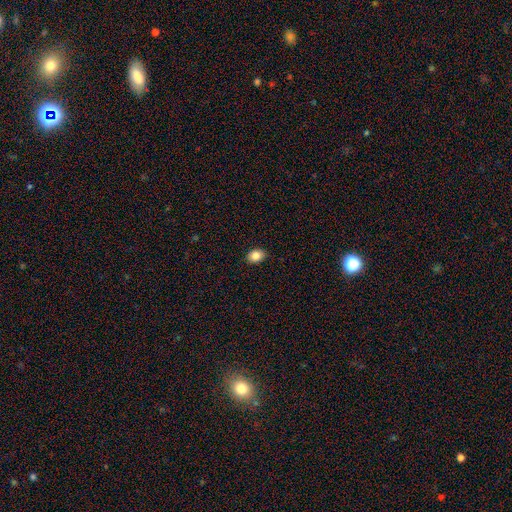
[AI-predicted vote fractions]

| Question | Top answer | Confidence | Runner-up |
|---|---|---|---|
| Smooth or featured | smooth | 84% | star or artifact (9%) |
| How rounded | in between | 67% | round (31%) |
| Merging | none | 88% | minor disturbance (9%) |